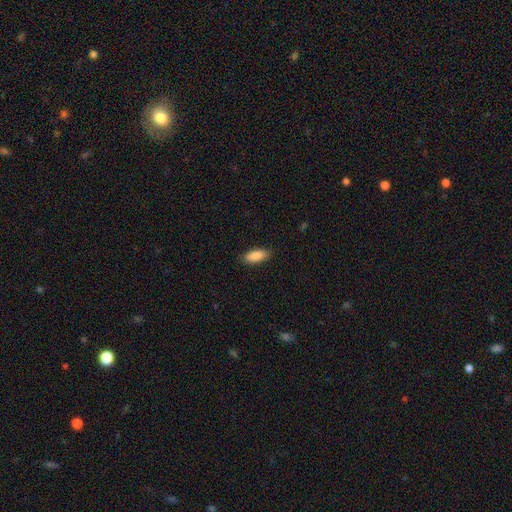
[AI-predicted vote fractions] A smooth galaxy with no disk features (89%) that is in between round and cigar-shaped (79%).

Vote fractions:
- Smooth or featured? smooth: 89% / star or artifact: 6% / featured or disk: 5%
- How rounded? in between: 79% / cigar-shaped: 19% / round: 2%
- Merging? none: 87% / minor disturbance: 10% / major disturbance: 2% / merger: 1%